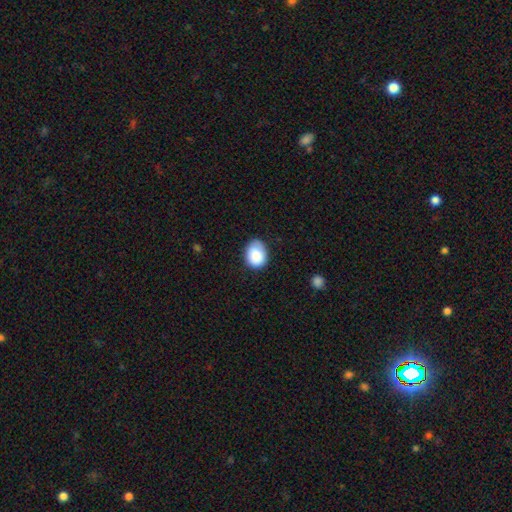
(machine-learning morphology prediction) The model was most divided on "how rounded": in between: 58%, round: 41%, cigar-shaped: 1%. More confident: smooth or featured — smooth (85%); merging — none (74%).